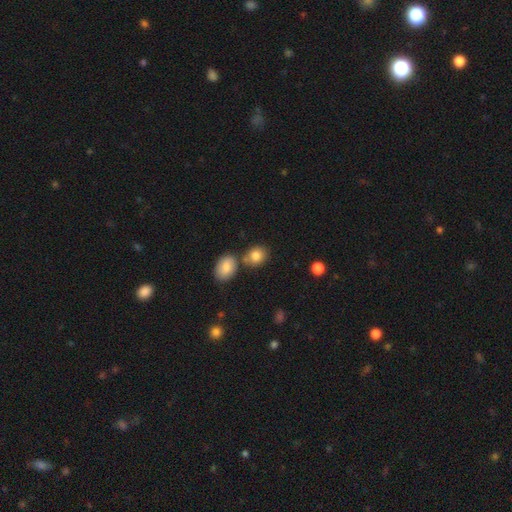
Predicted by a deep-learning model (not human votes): This is clearly a smooth galaxy (84%). How rounded: likely round (61%). Merging: likely none (63%).